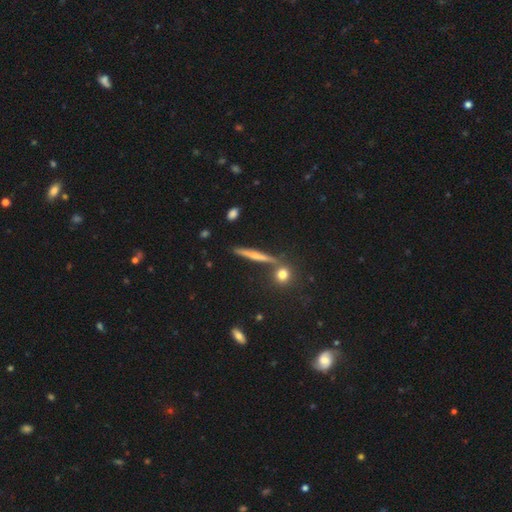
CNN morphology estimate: featured or disk 51%, smooth 40%, star or artifact 10%. Down the decision tree: edge-on disk — yes (93%); merging — none (80%).